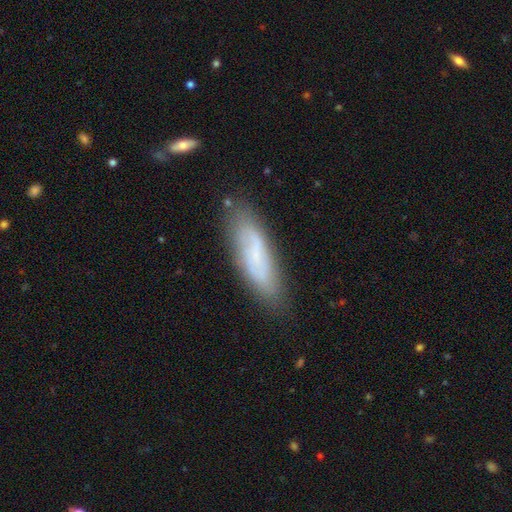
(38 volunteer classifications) Smooth or featured? smooth (53%)
How rounded? in between (50%)
Merging? none (57%)